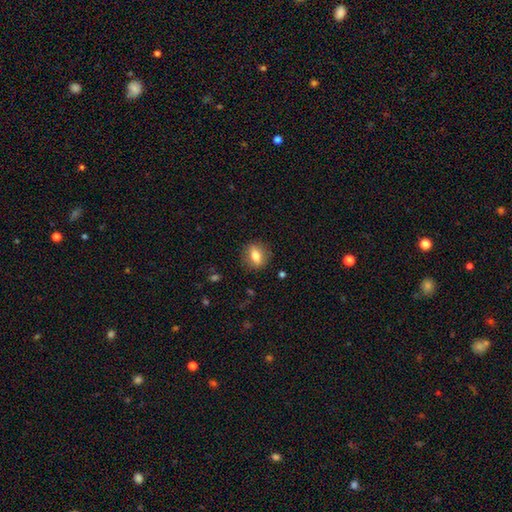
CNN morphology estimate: This appears to be a smooth galaxy with no disk features (68%) that is in between round and cigar-shaped (51%). Merging: none (85%).